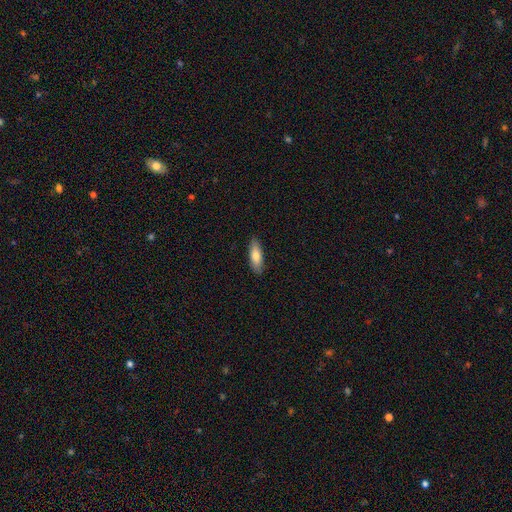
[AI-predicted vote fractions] A smooth galaxy with no disk features (78%) that is in between round and cigar-shaped (59%). Merging: none (88%).